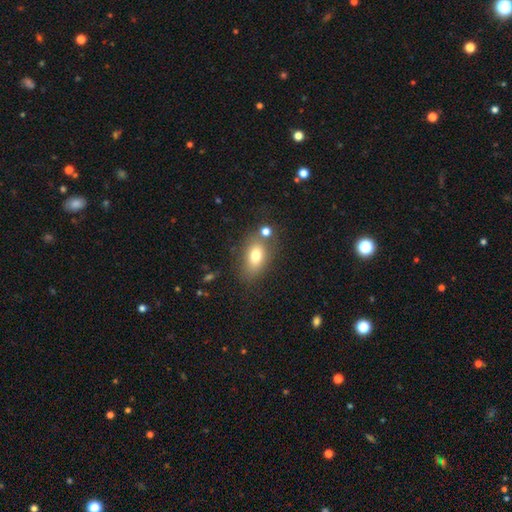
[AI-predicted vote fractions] Morphology: type=smooth (74%); roundness=in between (83%); merging=none (64%).